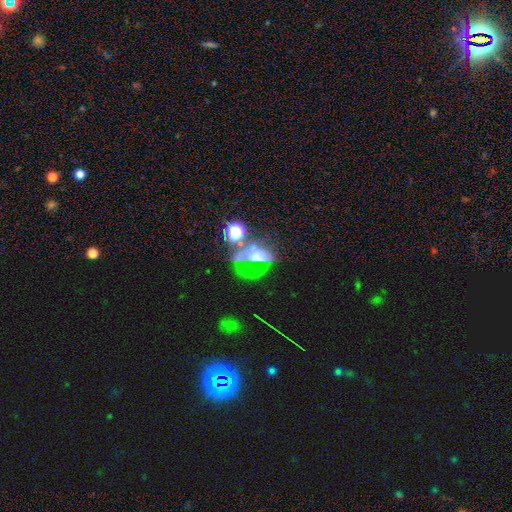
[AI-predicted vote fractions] The model was most divided on "smooth or featured": star or artifact: 47%, smooth: 29%, featured or disk: 23%.